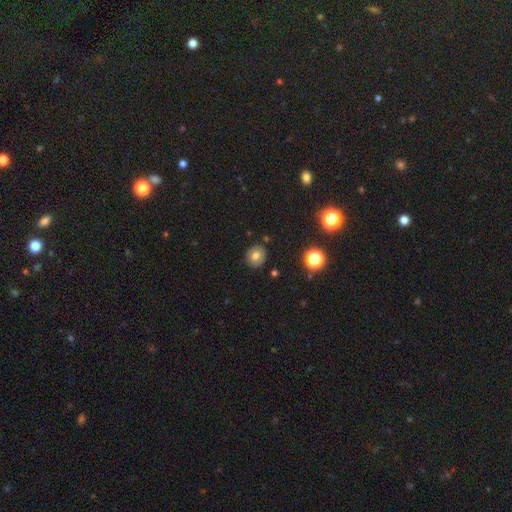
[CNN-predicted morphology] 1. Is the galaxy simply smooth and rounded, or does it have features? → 71% smooth, 16% featured or disk, 14% star or artifact.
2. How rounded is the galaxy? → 77% round, 22% in between, 1% cigar-shaped.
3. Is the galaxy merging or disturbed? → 86% none, 10% minor disturbance, 2% major disturbance, 2% merger.